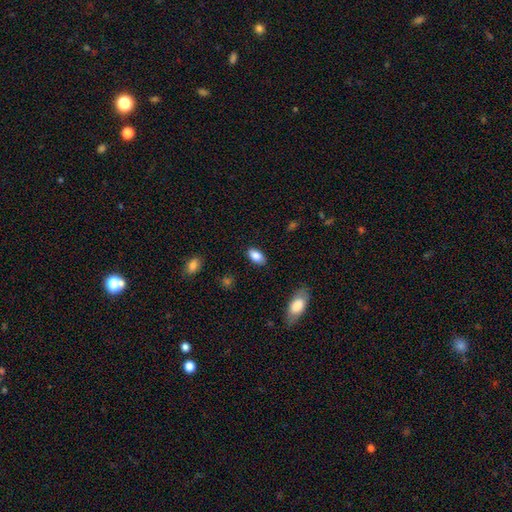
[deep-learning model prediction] Smooth or featured? smooth (85%)
How rounded? in between (92%)
Merging? none (86%)